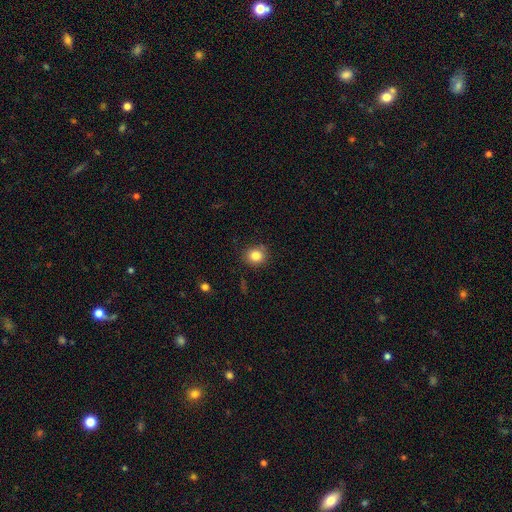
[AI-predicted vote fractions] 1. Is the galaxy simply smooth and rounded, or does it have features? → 84% smooth, 10% star or artifact, 6% featured or disk.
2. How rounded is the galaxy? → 77% round, 22% in between, 1% cigar-shaped.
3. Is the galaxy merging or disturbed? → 84% none, 11% minor disturbance, 3% major disturbance, 2% merger.